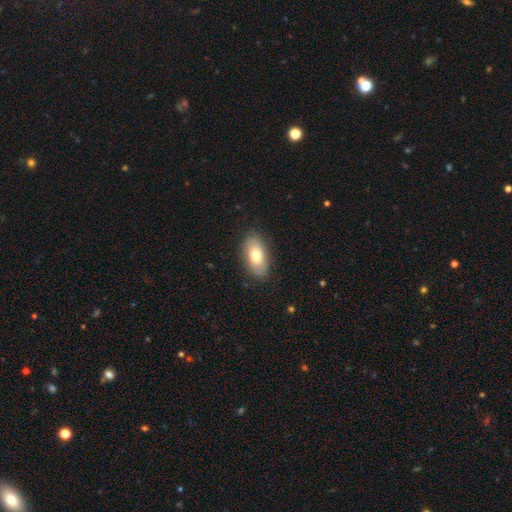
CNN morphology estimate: A smooth galaxy with no disk features (72%) that is in between round and cigar-shaped (91%). Merging: none (86%).